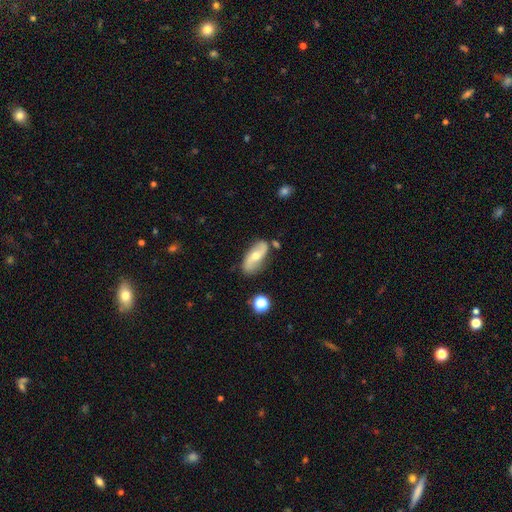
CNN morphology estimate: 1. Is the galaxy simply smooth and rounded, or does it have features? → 68% featured or disk, 25% smooth, 7% star or artifact.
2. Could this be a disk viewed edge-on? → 90% no, 10% yes.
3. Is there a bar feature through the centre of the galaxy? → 60% no, 26% weak, 14% strong.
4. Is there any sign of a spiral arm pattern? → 88% yes, 12% no.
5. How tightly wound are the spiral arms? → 71% loose, 20% medium, 10% tight.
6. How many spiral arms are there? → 90% 2, 5% can't tell, 2% 1, 1% 3, 1% 4, 1% more than 4.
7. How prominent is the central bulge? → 61% moderate, 33% small, 3% large, 2% none, 1% dominant.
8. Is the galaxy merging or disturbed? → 78% none, 15% minor disturbance, 4% major disturbance, 3% merger.